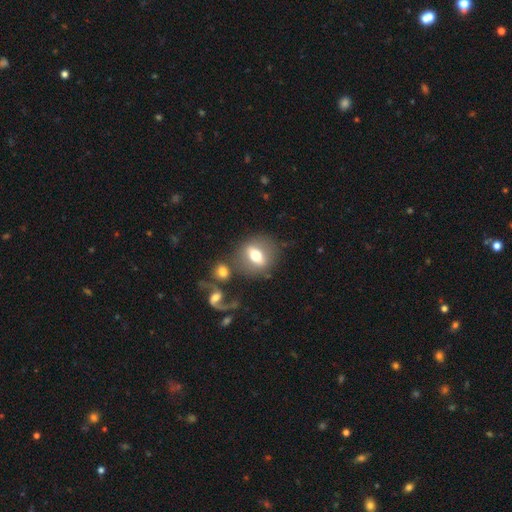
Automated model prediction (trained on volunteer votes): Smooth or featured? smooth (54%)
How rounded? in between (52%)
Merging? none (70%)